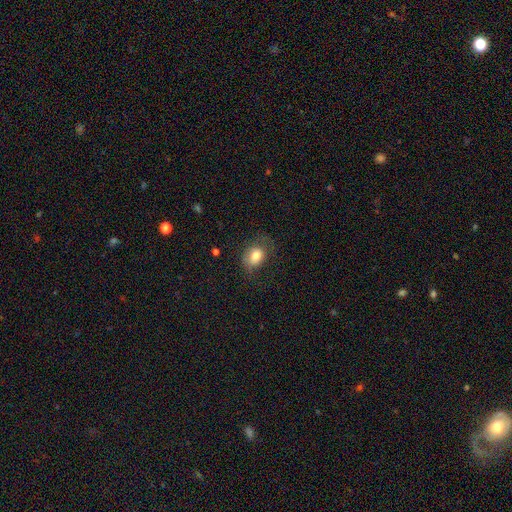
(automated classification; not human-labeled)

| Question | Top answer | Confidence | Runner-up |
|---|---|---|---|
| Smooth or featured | smooth | 77% | featured or disk (14%) |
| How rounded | in between | 53% | round (46%) |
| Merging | none | 58% | minor disturbance (24%) |